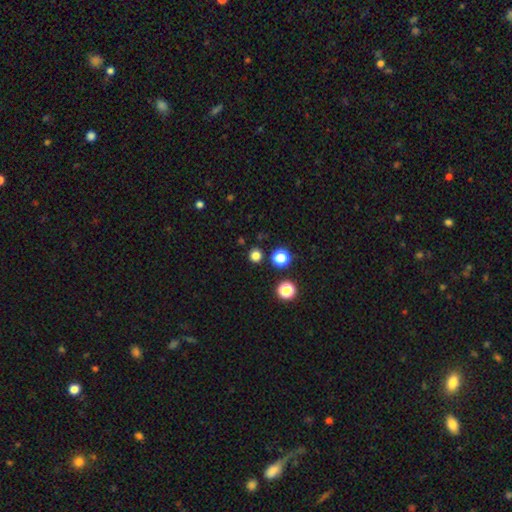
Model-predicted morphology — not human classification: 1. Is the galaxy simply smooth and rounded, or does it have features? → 78% smooth, 19% star or artifact, 4% featured or disk.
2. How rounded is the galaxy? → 93% round, 6% in between, 1% cigar-shaped.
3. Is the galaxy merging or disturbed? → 89% none, 6% minor disturbance, 3% merger, 2% major disturbance.